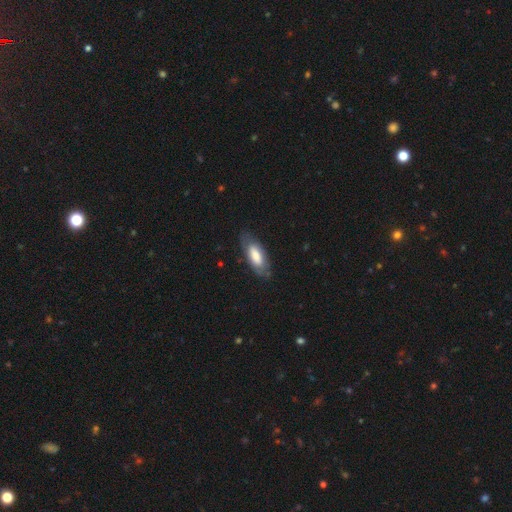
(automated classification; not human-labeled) Smooth or featured?
  - smooth: 67% *
  - featured or disk: 27%
  - star or artifact: 6%
How rounded?
  - in between: 77% *
  - cigar-shaped: 21%
  - round: 2%
Merging?
  - none: 74% *
  - minor disturbance: 19%
  - major disturbance: 6%
  - merger: 1%